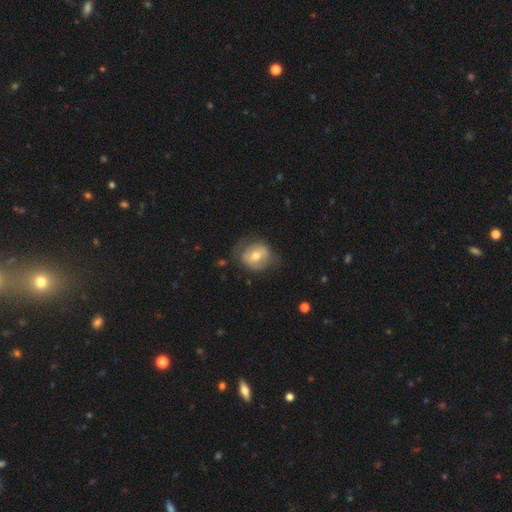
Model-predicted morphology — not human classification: smooth_or_featured: smooth (p=0.53) [alt: featured or disk p=0.41]
how_rounded: round (p=0.69) [alt: in between p=0.30]
merging: none (p=0.60) [alt: minor disturbance p=0.24]